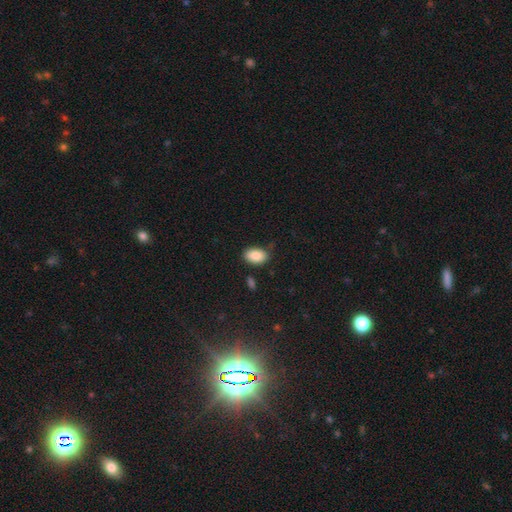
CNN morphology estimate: A smooth galaxy with no disk features (87%) that is in between round and cigar-shaped (88%).

Vote fractions:
- Smooth or featured? smooth: 87% / star or artifact: 7% / featured or disk: 6%
- How rounded? in between: 88% / round: 11% / cigar-shaped: 1%
- Merging? none: 78% / minor disturbance: 16% / major disturbance: 3% / merger: 3%